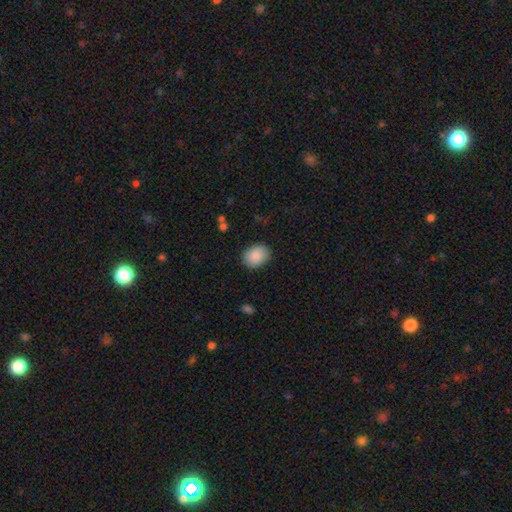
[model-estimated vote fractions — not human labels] Q: Smooth or featured?
A: smooth (89%); runner-up: star or artifact (7%)
Q: How rounded?
A: in between (63%); runner-up: round (36%)
Q: Merging?
A: none (84%); runner-up: minor disturbance (12%)